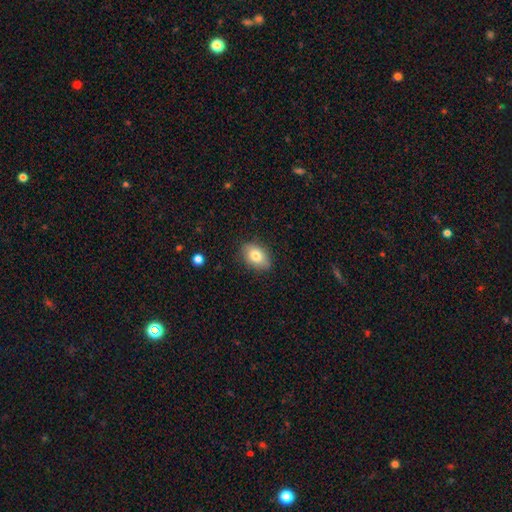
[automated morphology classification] smooth_or_featured: smooth (p=0.79) [alt: featured or disk p=0.13]
how_rounded: in between (p=0.85) [alt: round p=0.13]
merging: none (p=0.85) [alt: minor disturbance p=0.12]